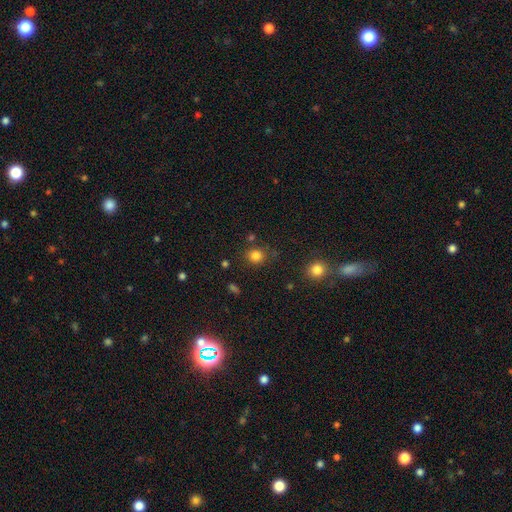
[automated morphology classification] smooth-or-featured: smooth: 82% | star or artifact: 13% | featured or disk: 5%
  how-rounded: round: 83% | in between: 16% | cigar-shaped: 1%
  merging: none: 81% | minor disturbance: 11% | merger: 5% | major disturbance: 4%